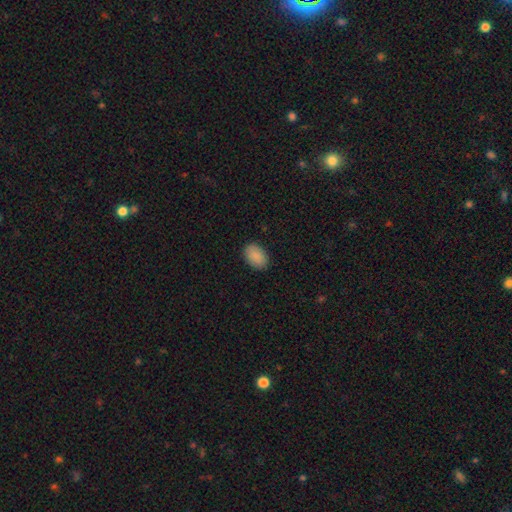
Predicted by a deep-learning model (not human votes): Q: Smooth or featured?
A: smooth (90%); runner-up: star or artifact (7%)
Q: How rounded?
A: in between (88%); runner-up: round (11%)
Q: Merging?
A: none (88%); runner-up: minor disturbance (9%)